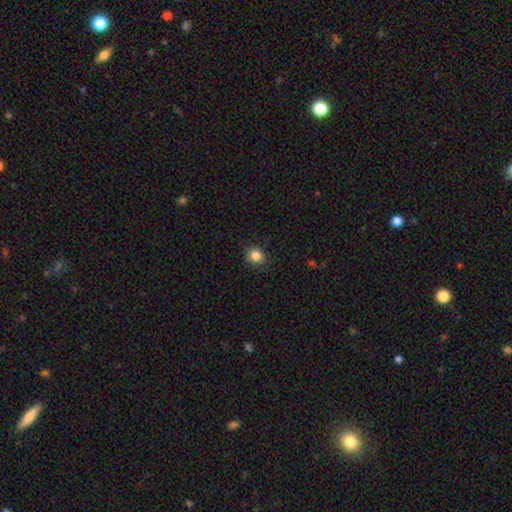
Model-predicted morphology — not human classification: Smooth or featured: smooth — 84% (star or artifact — 11%)
How rounded: round — 85% (in between — 14%)
Merging: none — 87% (minor disturbance — 10%)